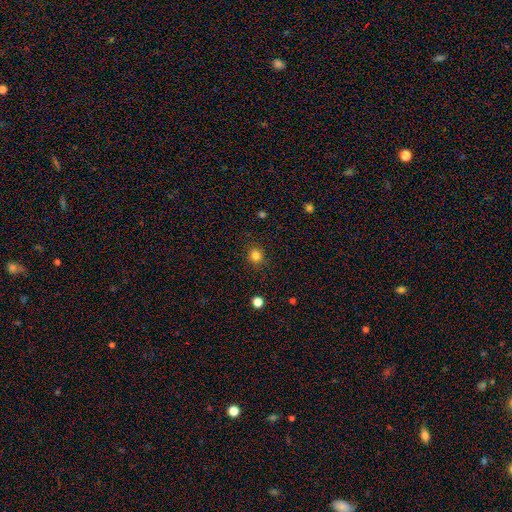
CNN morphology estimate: Smooth or featured?
  - smooth: 83% *
  - star or artifact: 12%
  - featured or disk: 5%
How rounded?
  - round: 84% *
  - in between: 15%
  - cigar-shaped: 1%
Merging?
  - none: 89% *
  - minor disturbance: 8%
  - major disturbance: 2%
  - merger: 1%